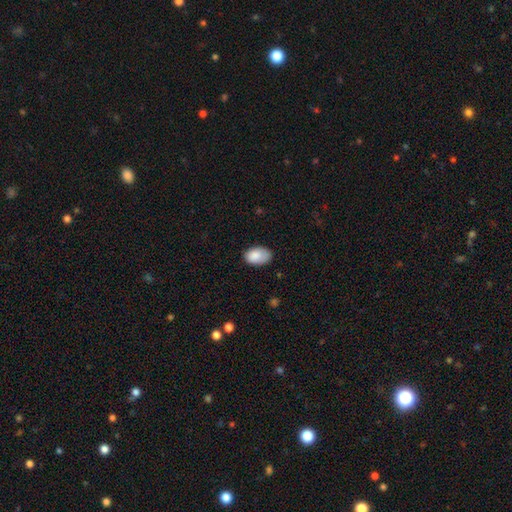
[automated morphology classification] smooth 86%, featured or disk 7%, star or artifact 7%. Down the decision tree: how rounded — in between (90%); merging — none (69%).